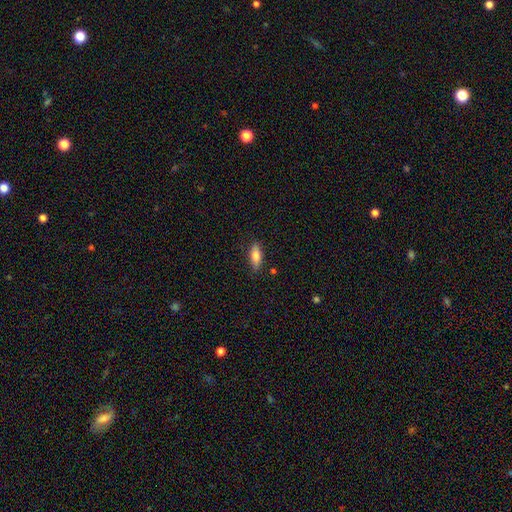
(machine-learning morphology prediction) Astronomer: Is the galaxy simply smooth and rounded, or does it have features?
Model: smooth — 74%.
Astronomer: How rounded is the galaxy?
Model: in between — 68%.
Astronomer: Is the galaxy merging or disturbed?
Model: none — 84%.